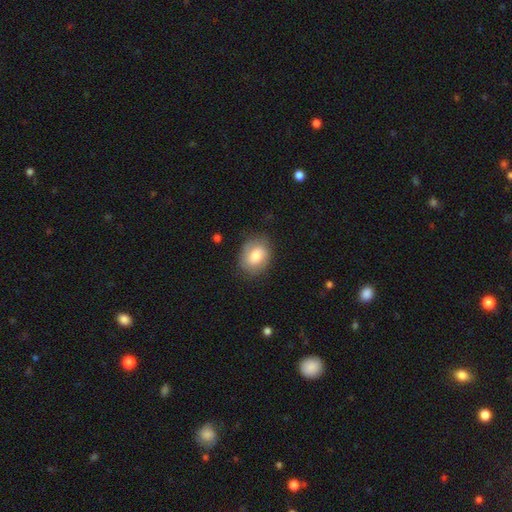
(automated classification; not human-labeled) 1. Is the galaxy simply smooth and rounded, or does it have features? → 63% smooth, 30% featured or disk, 7% star or artifact.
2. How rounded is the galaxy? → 60% in between, 39% round, 1% cigar-shaped.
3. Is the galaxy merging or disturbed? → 77% none, 17% minor disturbance, 5% major disturbance, 1% merger.